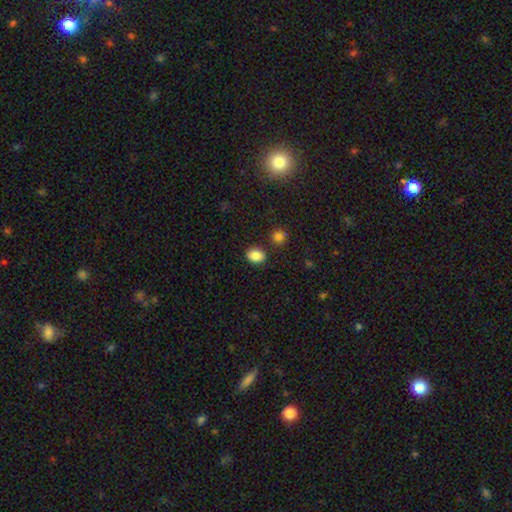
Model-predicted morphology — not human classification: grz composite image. It shows a smooth galaxy with no disk features (87%) that is in between round and cigar-shaped (64%). Merging: none (84%).